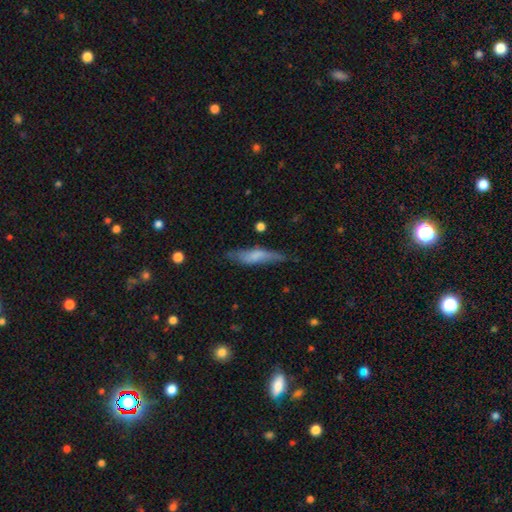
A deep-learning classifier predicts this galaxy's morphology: This is possibly a smooth galaxy (60%). How rounded: likely cigar-shaped (75%). Merging: likely none (63%).